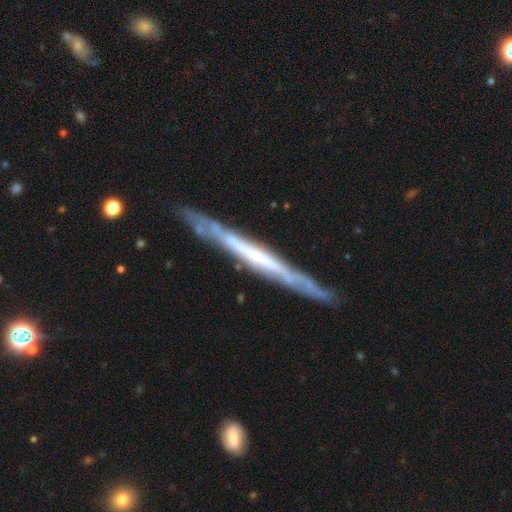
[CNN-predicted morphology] A featured or disk galaxy (74%) viewed edge-on (91%) with no central bulge (78%).

Vote fractions:
- Smooth or featured? featured or disk: 74% / smooth: 20% / star or artifact: 6%
- Edge-on disk? yes: 91% / no: 9%
- Edge-on bulge? none: 78% / rounded: 13% / boxy: 9%
- Merging? none: 83% / minor disturbance: 13% / major disturbance: 3% / merger: 2%